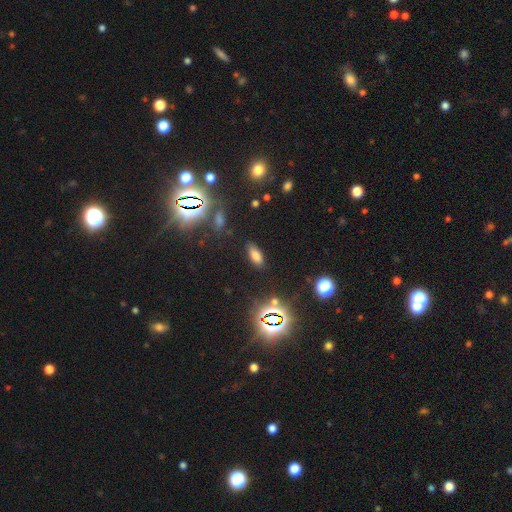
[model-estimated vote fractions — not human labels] Smooth or featured? smooth (69%)
How rounded? in between (81%)
Merging? none (84%)